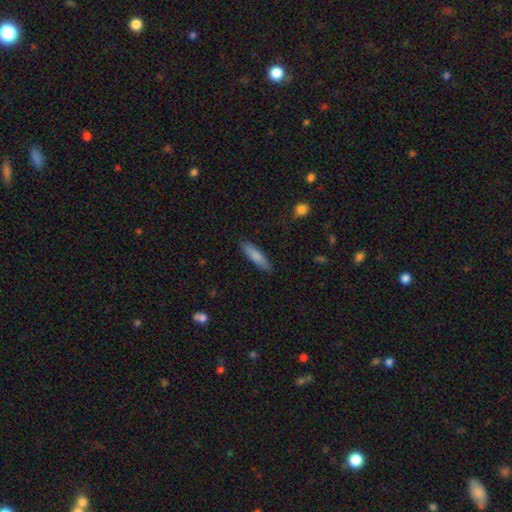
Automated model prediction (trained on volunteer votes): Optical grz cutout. It shows a smooth galaxy with no disk features (81%) that is cigar-shaped (71%). Merging: none (85%).